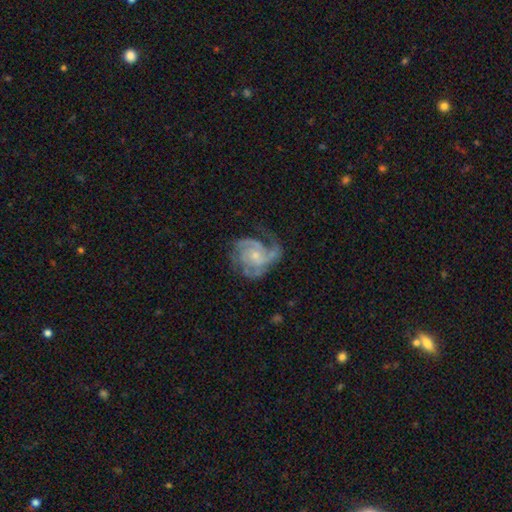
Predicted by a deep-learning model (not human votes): Smooth or featured: featured or disk — 88% (smooth — 7%)
Edge-on disk: no — 98% (yes — 2%)
Bar: no — 73% (weak — 23%)
Spiral arms: yes — 97% (no — 3%)
Spiral winding: tight — 45% (medium — 43%)
Spiral arm count: 3 — 38% (2 — 30%)
Bulge size: small — 67% (moderate — 27%)
Merging: none — 60% (minor disturbance — 21%)